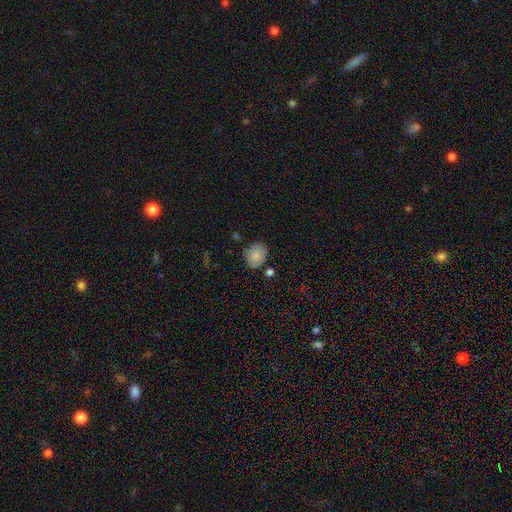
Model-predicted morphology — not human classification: A smooth galaxy with no disk features (85%) that is round (59%). Merging: none (73%).